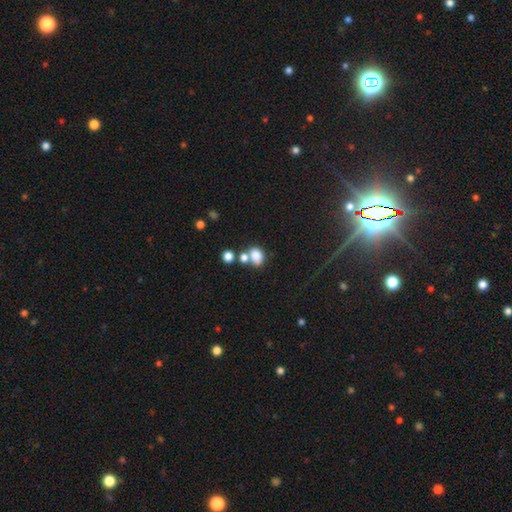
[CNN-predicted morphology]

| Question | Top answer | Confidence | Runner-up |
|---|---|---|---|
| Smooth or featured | smooth | 79% | star or artifact (12%) |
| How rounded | in between | 67% | round (32%) |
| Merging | none | 44% | merger (37%) |